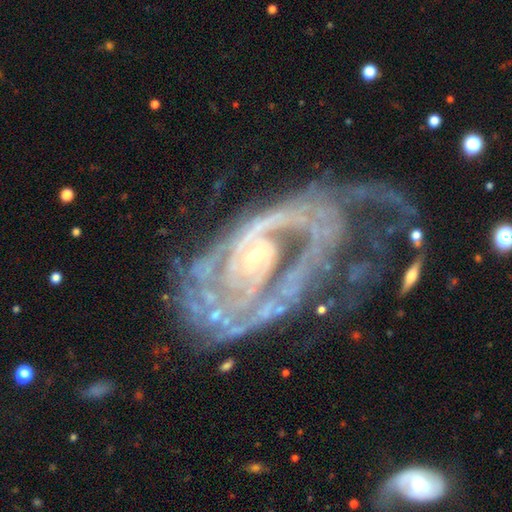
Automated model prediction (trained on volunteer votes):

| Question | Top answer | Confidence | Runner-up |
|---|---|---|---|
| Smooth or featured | featured or disk | 88% | star or artifact (7%) |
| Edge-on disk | no | 96% | yes (4%) |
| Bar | no | 62% | weak (26%) |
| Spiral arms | yes | 91% | no (9%) |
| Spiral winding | tight | 53% | medium (34%) |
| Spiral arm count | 2 | 33% | can't tell (30%) |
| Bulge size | small | 74% | moderate (19%) |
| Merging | major disturbance | 44% | none (29%) |